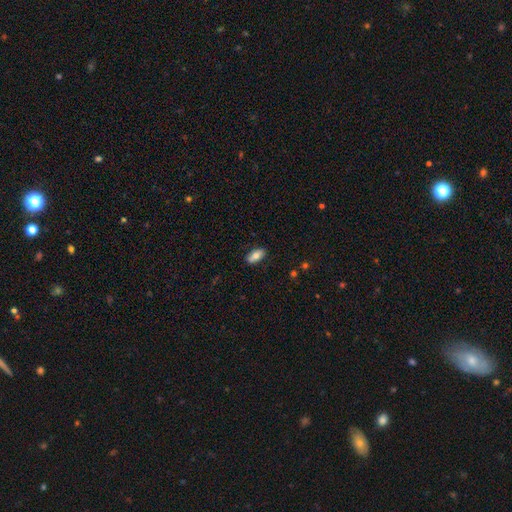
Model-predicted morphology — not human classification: type=smooth (76%); roundness=in between (88%); merging=none (86%).